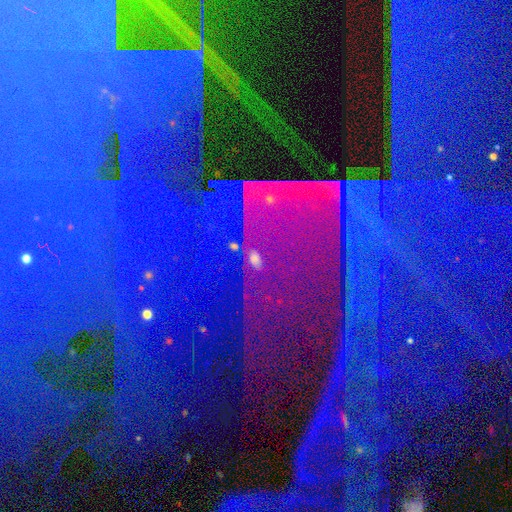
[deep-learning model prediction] Smooth or featured?
  - star or artifact: 88% *
  - featured or disk: 7%
  - smooth: 6%